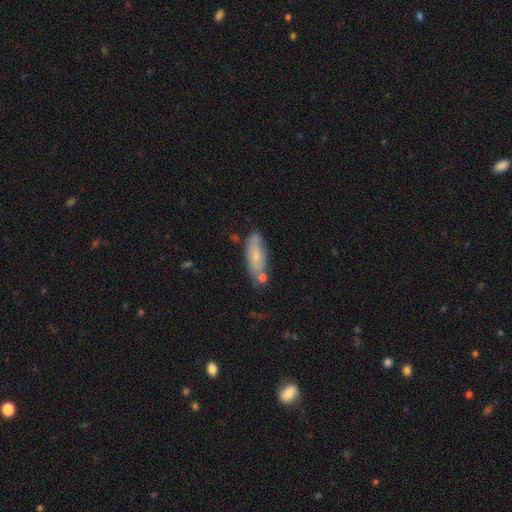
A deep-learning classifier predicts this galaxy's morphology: smooth-or-featured: smooth: 61% | featured or disk: 32% | star or artifact: 7%
  how-rounded: in between: 61% | cigar-shaped: 37% | round: 2%
  merging: none: 64% | minor disturbance: 20% | merger: 11% | major disturbance: 4%